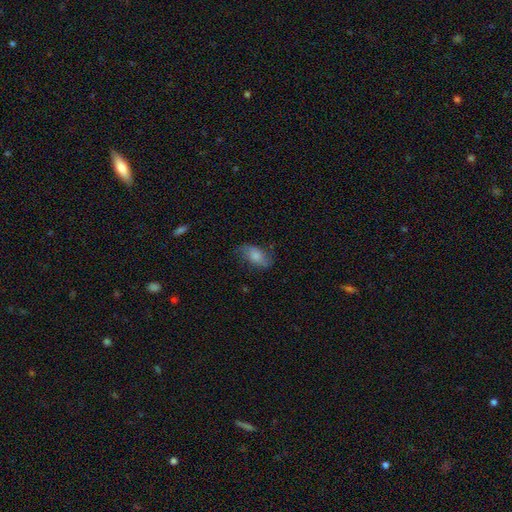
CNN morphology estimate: Q: Smooth or featured?
A: smooth (64%); runner-up: featured or disk (28%)
Q: How rounded?
A: in between (90%); runner-up: round (6%)
Q: Merging?
A: none (62%); runner-up: minor disturbance (26%)